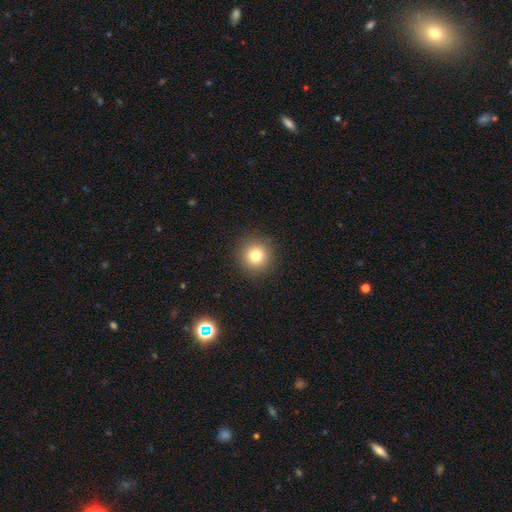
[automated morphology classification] The model was most divided on "smooth or featured": smooth: 80%, star or artifact: 12%, featured or disk: 8%. More confident: how rounded — round (95%); merging — none (92%).